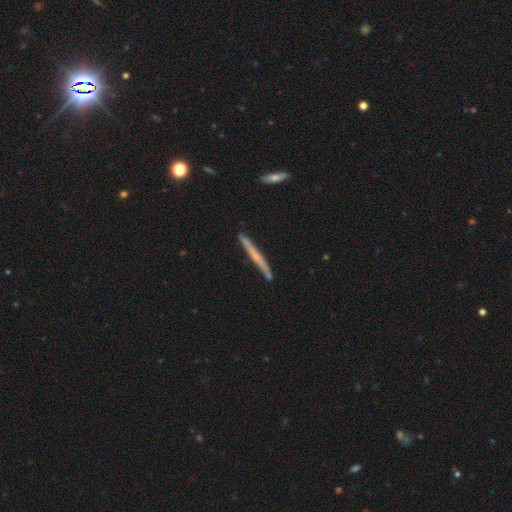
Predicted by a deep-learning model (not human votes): This appears to be a featured or disk galaxy (54%) viewed edge-on (97%) with no central bulge (65%). Merging: none (87%).